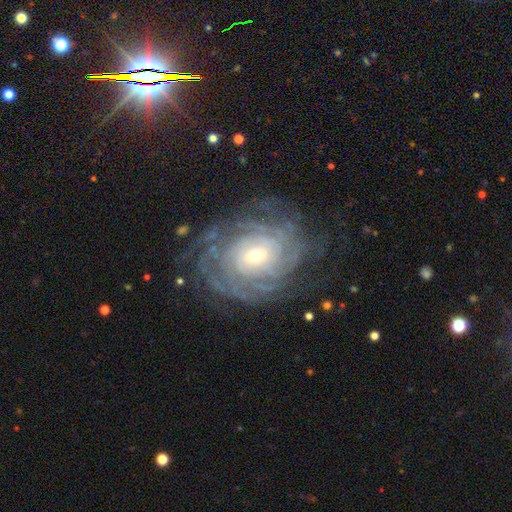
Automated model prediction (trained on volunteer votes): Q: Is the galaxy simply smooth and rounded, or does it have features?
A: featured or disk — 87%.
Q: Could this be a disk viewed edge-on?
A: no — 97%.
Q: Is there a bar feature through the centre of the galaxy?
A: no — 70%.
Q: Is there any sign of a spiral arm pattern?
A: yes — 96%.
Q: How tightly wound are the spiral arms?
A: tight — 79%.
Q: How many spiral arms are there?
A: can't tell — 37%.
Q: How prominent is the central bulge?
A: small — 70%.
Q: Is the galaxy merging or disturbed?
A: none — 73%.